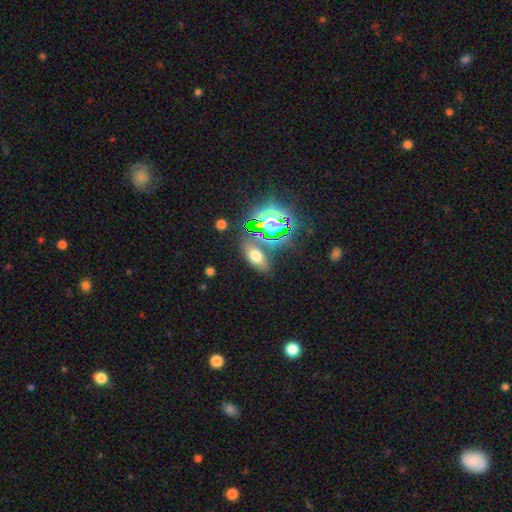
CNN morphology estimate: Smooth or featured? smooth (53%)
How rounded? in between (81%)
Merging? none (74%)